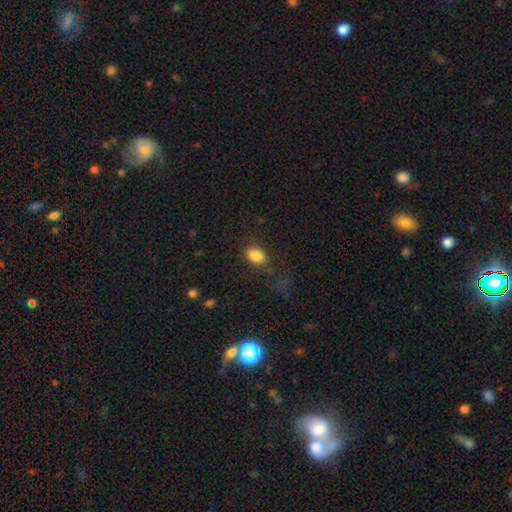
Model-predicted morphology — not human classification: A smooth galaxy with no disk features (86%) that is in between round and cigar-shaped (86%). Merging: none (72%).